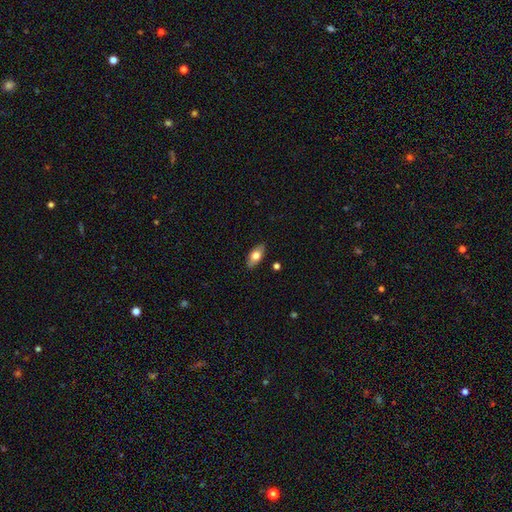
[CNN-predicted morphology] Smooth or featured?
  - smooth: 70% *
  - featured or disk: 24%
  - star or artifact: 7%
How rounded?
  - in between: 89% *
  - cigar-shaped: 7%
  - round: 4%
Merging?
  - none: 86% *
  - minor disturbance: 10%
  - major disturbance: 2%
  - merger: 1%